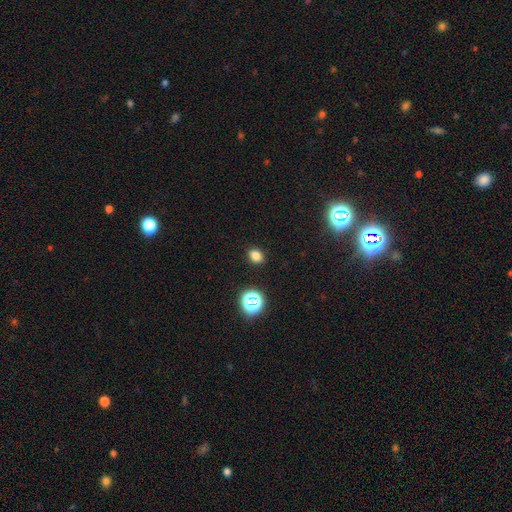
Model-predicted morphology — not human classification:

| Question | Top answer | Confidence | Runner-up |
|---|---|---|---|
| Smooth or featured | smooth | 78% | star or artifact (17%) |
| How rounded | in between | 63% | round (36%) |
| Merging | none | 88% | minor disturbance (8%) |